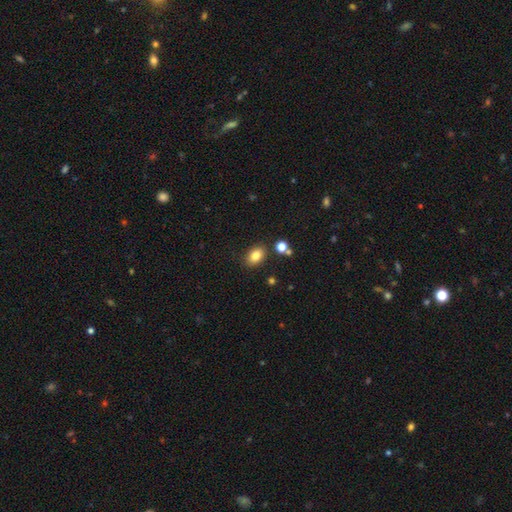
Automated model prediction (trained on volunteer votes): Smooth or featured: smooth — 82% (star or artifact — 10%)
How rounded: in between — 77% (round — 21%)
Merging: none — 81% (minor disturbance — 11%)